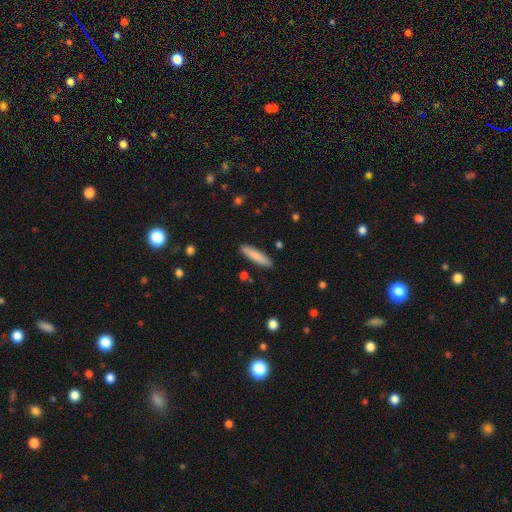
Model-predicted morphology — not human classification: A smooth galaxy with no disk features (83%) that is cigar-shaped (82%).

Vote fractions:
- Smooth or featured? smooth: 83% / featured or disk: 11% / star or artifact: 6%
- How rounded? cigar-shaped: 82% / in between: 16% / round: 1%
- Merging? none: 90% / minor disturbance: 7% / major disturbance: 2% / merger: 2%